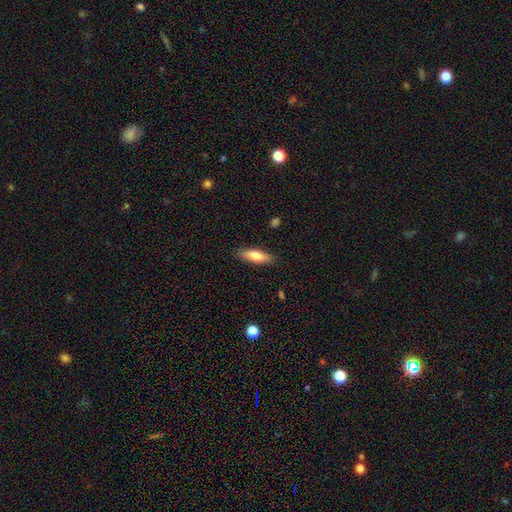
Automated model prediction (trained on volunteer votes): Smooth or featured?
  - smooth: 76% *
  - featured or disk: 17%
  - star or artifact: 6%
How rounded?
  - cigar-shaped: 52% *
  - in between: 46%
  - round: 2%
Merging?
  - none: 87% *
  - minor disturbance: 9%
  - major disturbance: 2%
  - merger: 1%